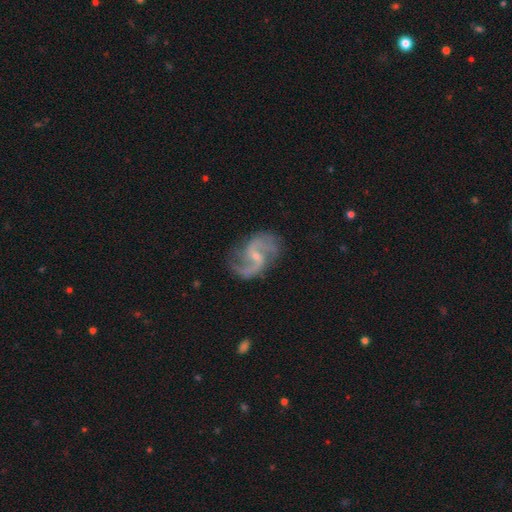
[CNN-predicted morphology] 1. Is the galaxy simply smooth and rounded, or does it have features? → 91% featured or disk, 5% star or artifact, 4% smooth.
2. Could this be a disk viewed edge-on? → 98% no, 2% yes.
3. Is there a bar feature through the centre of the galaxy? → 51% weak, 33% no, 16% strong.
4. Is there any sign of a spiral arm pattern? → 98% yes, 2% no.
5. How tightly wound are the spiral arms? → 49% loose, 42% medium, 9% tight.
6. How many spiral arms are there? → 91% 2, 3% 3, 3% can't tell, 2% 1, 1% 4, 1% more than 4.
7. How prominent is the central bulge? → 71% small, 23% moderate, 4% none, 1% large, 1% dominant.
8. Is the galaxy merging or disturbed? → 76% none, 16% minor disturbance, 7% major disturbance, 2% merger.